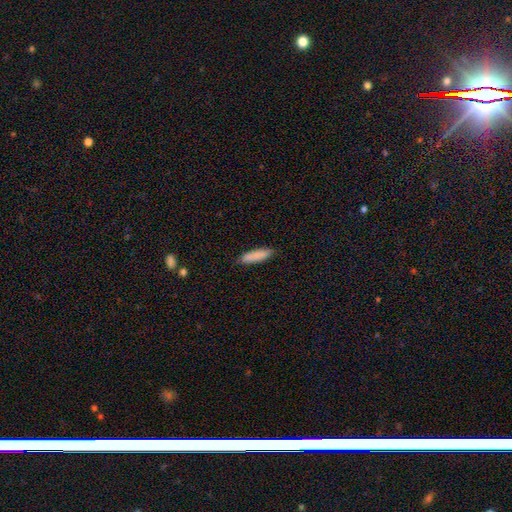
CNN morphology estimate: type=smooth (87%); roundness=cigar-shaped (66%); merging=none (87%).